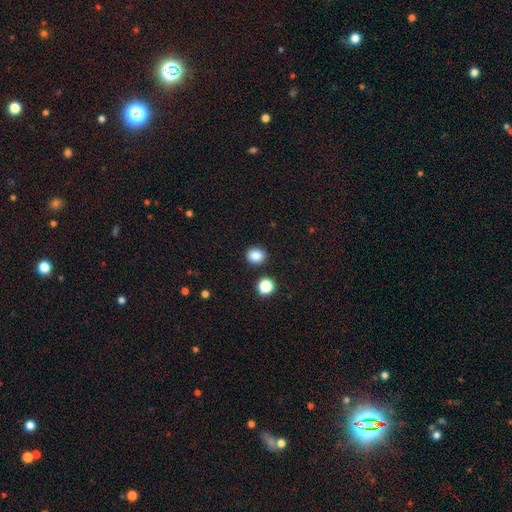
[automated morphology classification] Overall: smooth (85%). How rounded: round (72%). Merging: none (88%).